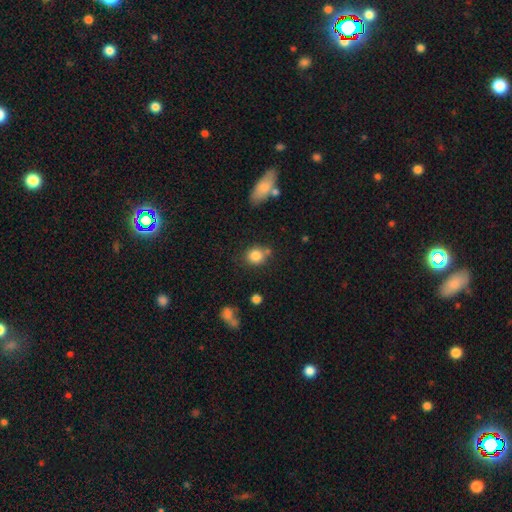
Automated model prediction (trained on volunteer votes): smooth_or_featured: smooth (p=0.84) [alt: star or artifact p=0.10]
how_rounded: round (p=0.78) [alt: in between p=0.21]
merging: none (p=0.69) [alt: minor disturbance p=0.14]